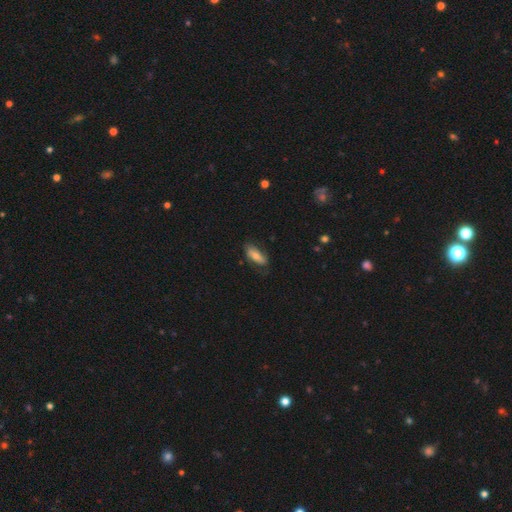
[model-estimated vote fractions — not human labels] This appears to be a smooth galaxy with no disk features (60%) that is in between round and cigar-shaped (77%). Merging: none (67%).